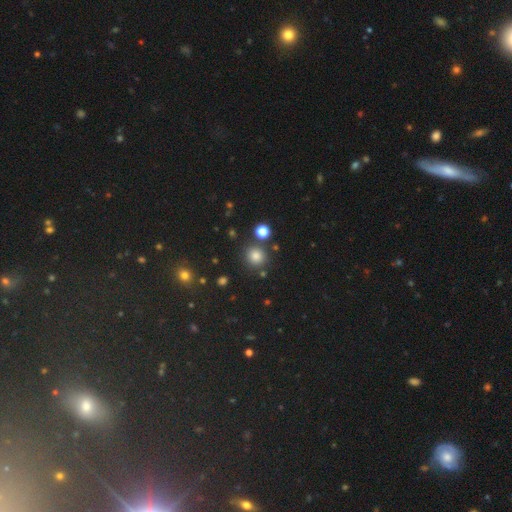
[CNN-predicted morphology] The model was most divided on "smooth or featured": smooth: 81%, star or artifact: 14%, featured or disk: 5%. More confident: how rounded — round (90%); merging — none (83%).